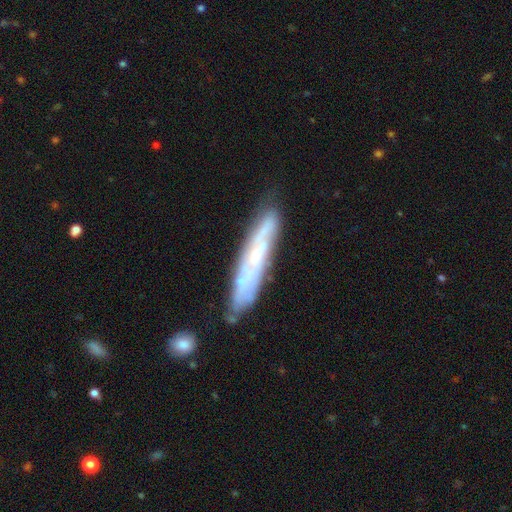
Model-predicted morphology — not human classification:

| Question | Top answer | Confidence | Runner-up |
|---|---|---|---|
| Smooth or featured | featured or disk | 66% | smooth (26%) |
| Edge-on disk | yes | 53% | no (47%) |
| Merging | none | 76% | minor disturbance (16%) |